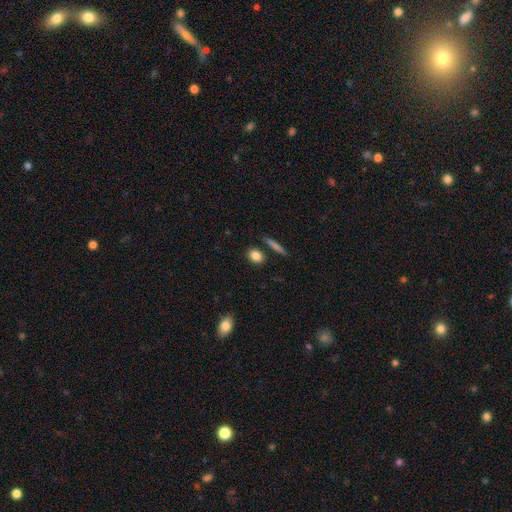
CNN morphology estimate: smooth-or-featured: smooth: 86% | star or artifact: 8% | featured or disk: 6%
  how-rounded: in between: 55% | round: 40% | cigar-shaped: 6%
  merging: none: 83% | minor disturbance: 9% | merger: 6% | major disturbance: 3%